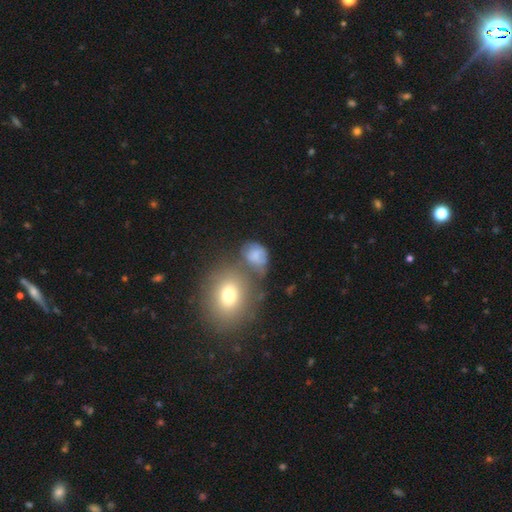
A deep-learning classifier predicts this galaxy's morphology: Smooth or featured? Predicted: smooth (p=0.60). How rounded? Predicted: in between (p=0.50). Merging? Predicted: none (p=0.35).